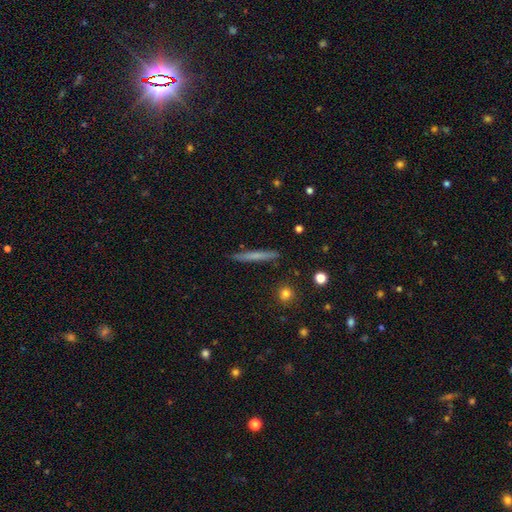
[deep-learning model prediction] Morphology: type=smooth (58%); roundness=cigar-shaped (96%); merging=none (90%).